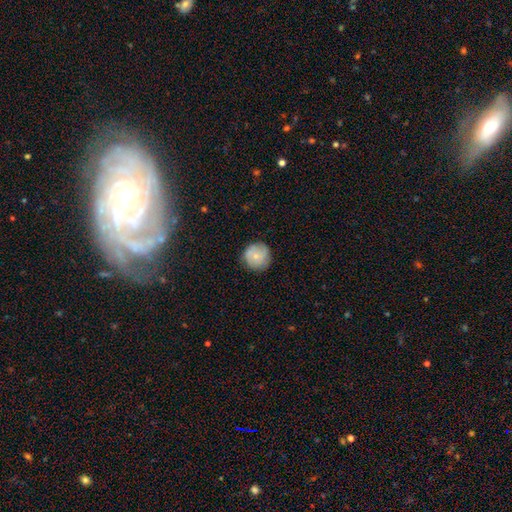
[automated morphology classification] Smooth or featured? Predicted: smooth (p=0.69). How rounded? Predicted: round (p=0.94). Merging? Predicted: none (p=0.81).